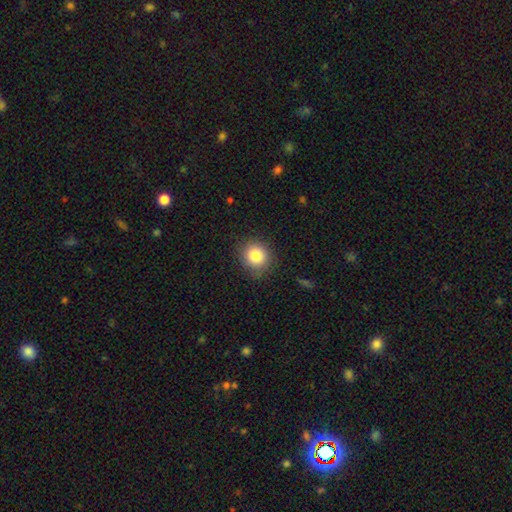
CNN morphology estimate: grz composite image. It shows a smooth galaxy with no disk features (83%) that is round (89%). Merging: none (86%).